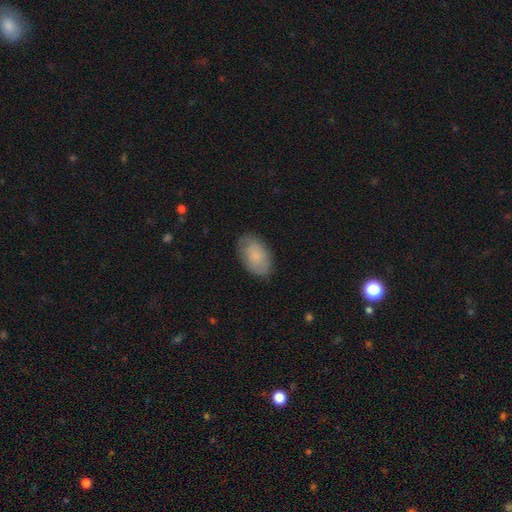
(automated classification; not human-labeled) This appears to be a smooth galaxy with no disk features (77%) that is in between round and cigar-shaped (92%). Merging: none (80%).